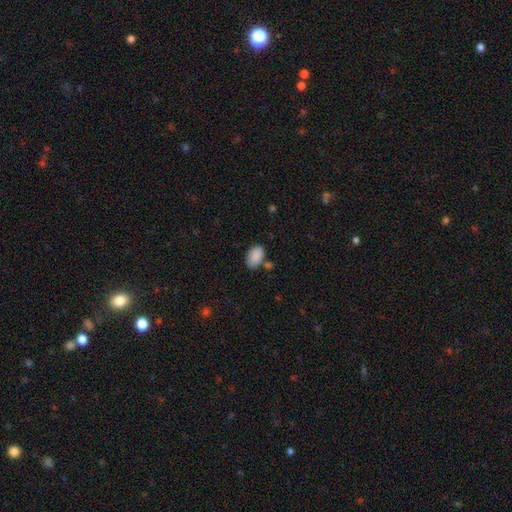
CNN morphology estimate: smooth_or_featured: smooth (p=0.89) [alt: star or artifact p=0.07]
how_rounded: in between (p=0.93) [alt: round p=0.06]
merging: none (p=0.70) [alt: minor disturbance p=0.16]